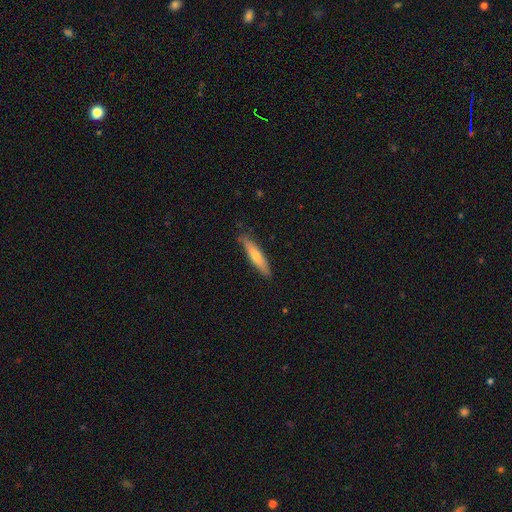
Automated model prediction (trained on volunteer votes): smooth 60%, featured or disk 34%, star or artifact 6%. Down the decision tree: how rounded — cigar-shaped (86%); merging — none (84%).